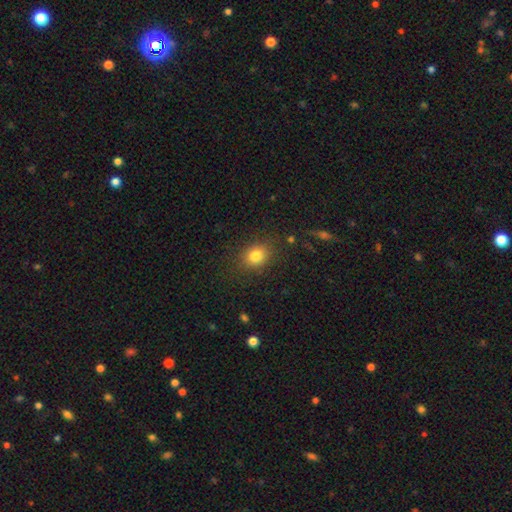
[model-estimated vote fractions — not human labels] Smooth or featured? Predicted: smooth (p=0.81). How rounded? Predicted: round (p=0.57). Merging? Predicted: none (p=0.85).